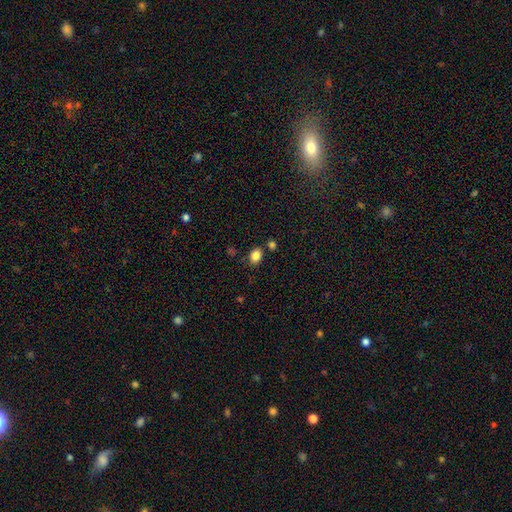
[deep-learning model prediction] The model was most divided on "how rounded": in between: 60%, round: 39%, cigar-shaped: 1%. More confident: smooth or featured — smooth (85%); merging — none (79%).